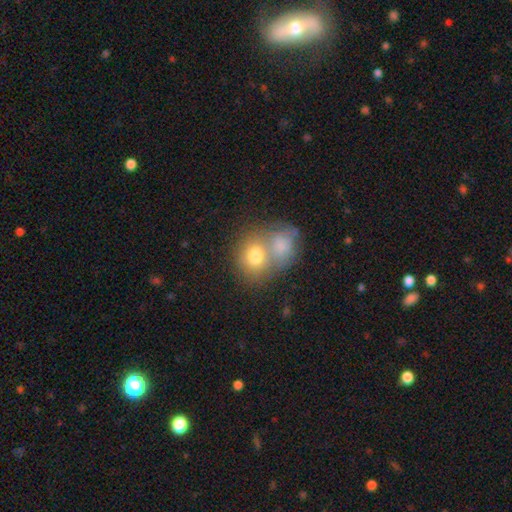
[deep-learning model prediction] Morphology: type=smooth (74%); roundness=round (62%); merging=merger (56%).